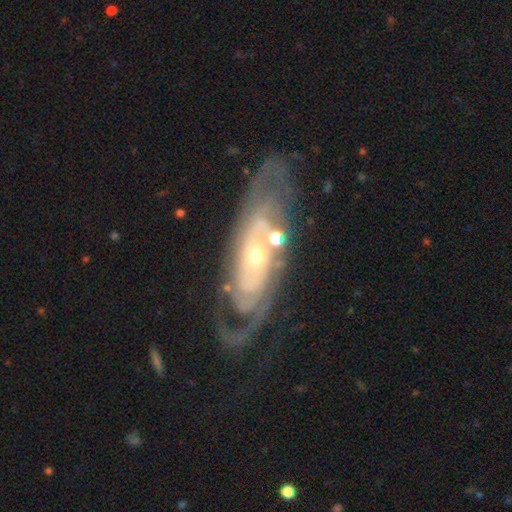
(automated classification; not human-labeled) smooth-or-featured: featured or disk: 86% | smooth: 8% | star or artifact: 6%
  disk-edge-on: no: 89% | yes: 11%
    bar: no: 73% | weak: 19% | strong: 8%
    has-spiral-arms: yes: 93% | no: 7%
      spiral-winding: tight: 72% | medium: 22% | loose: 6%
      spiral-arm-count: can't tell: 41% | 2: 27% | 3: 13% | 4: 8% | more than 4: 6% | 1: 5%
    bulge-size: small: 58% | moderate: 37% | large: 3% | none: 1% | dominant: 1%
  merging: none: 66% | minor disturbance: 17% | major disturbance: 11% | merger: 6%